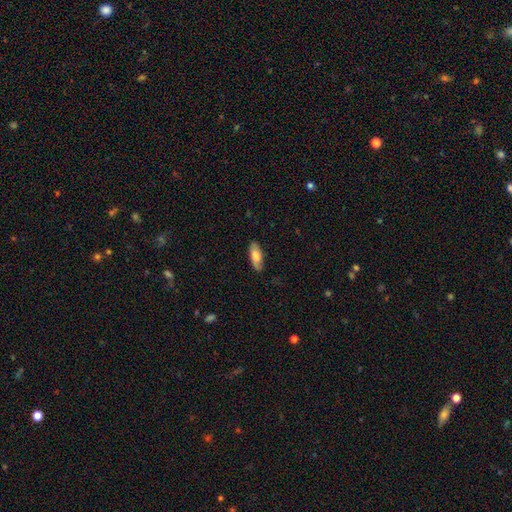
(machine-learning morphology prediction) This is likely a smooth galaxy (72%). How rounded: likely in between (74%). Merging: clearly none (82%).